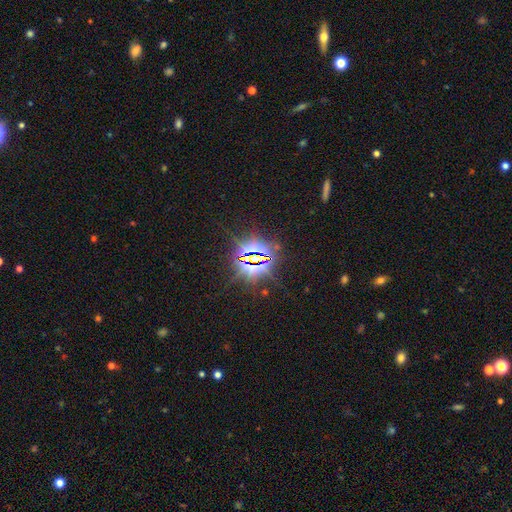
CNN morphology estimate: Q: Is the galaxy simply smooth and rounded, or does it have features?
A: star or artifact — 83%.